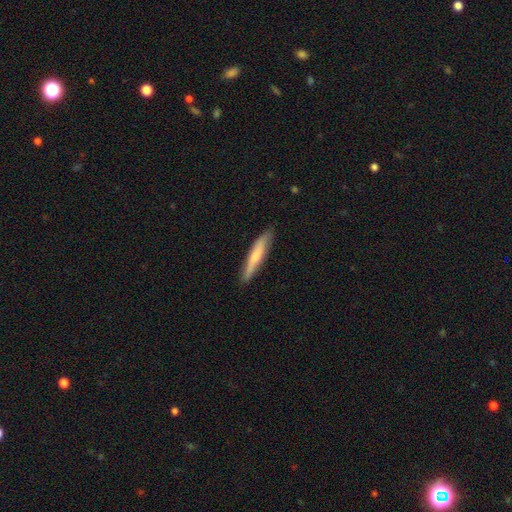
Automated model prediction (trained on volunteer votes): Morphology: type=smooth (65%); roundness=cigar-shaped (90%); merging=none (83%).